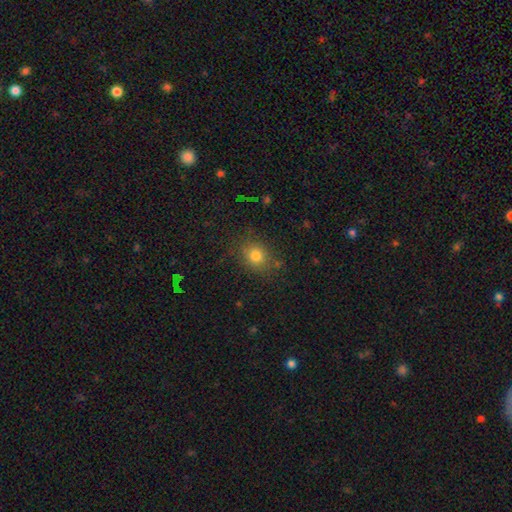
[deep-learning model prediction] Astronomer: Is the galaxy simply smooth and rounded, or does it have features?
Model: smooth — 78%.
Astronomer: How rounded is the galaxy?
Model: round — 66%.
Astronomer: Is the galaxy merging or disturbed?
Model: none — 81%.